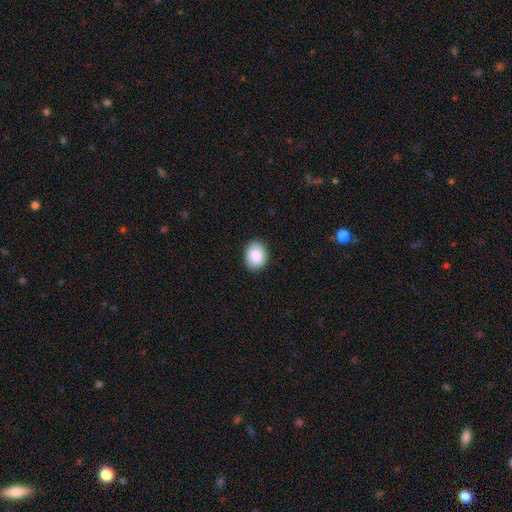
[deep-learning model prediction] This is clearly a smooth galaxy (85%). How rounded: possibly in between (56%). Merging: clearly none (87%).